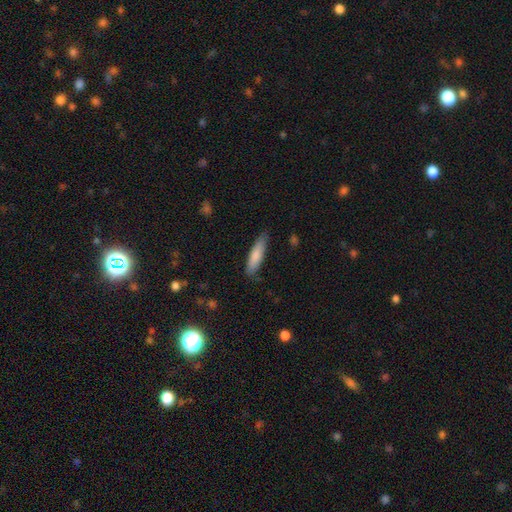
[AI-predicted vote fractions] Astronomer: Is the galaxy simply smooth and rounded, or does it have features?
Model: smooth — 82%.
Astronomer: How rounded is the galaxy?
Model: cigar-shaped — 71%.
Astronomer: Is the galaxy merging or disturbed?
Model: none — 80%.